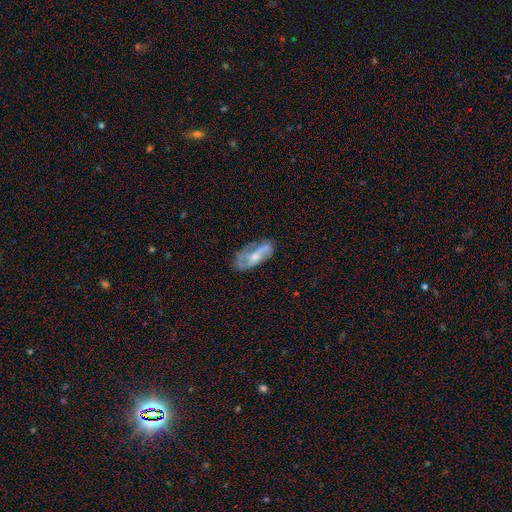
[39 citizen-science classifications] Smooth or featured? featured or disk (64%)
Edge-on disk? no (96%)
Bar? no (54%)
Spiral arms? yes (96%)
Spiral winding? loose (61%)
Spiral arm count? 2 (83%)
Bulge size? small (50%)
Merging? none (43%)